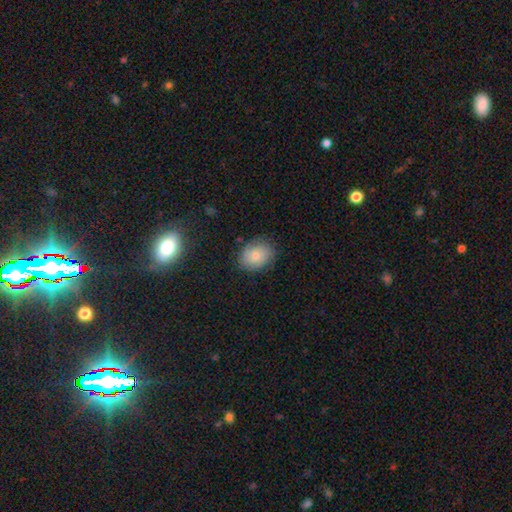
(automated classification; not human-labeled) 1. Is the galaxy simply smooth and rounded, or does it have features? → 70% smooth, 22% featured or disk, 8% star or artifact.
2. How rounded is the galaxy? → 55% in between, 44% round, 1% cigar-shaped.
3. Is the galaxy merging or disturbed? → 79% none, 16% minor disturbance, 4% major disturbance, 1% merger.